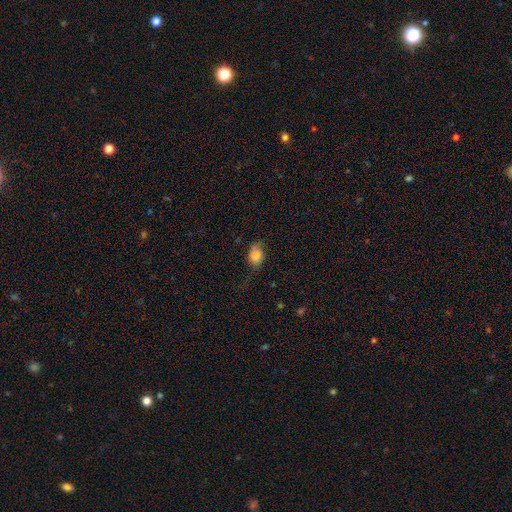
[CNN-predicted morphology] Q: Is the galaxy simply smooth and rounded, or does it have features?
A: smooth — 81%.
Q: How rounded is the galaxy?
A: in between — 69%.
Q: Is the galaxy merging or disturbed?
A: none — 56%.